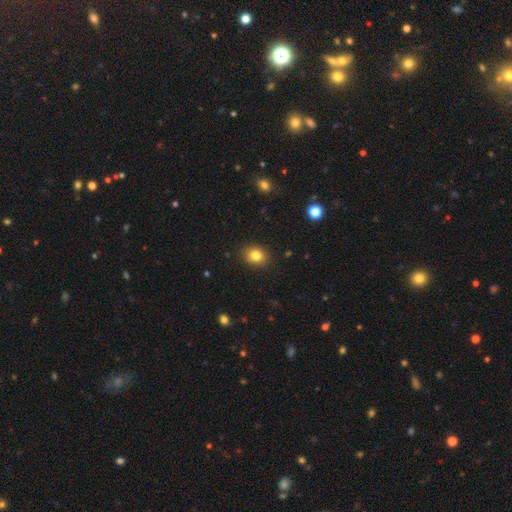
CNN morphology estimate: smooth_or_featured: smooth (p=0.82) [alt: star or artifact p=0.11]
how_rounded: round (p=0.52) [alt: in between p=0.47]
merging: none (p=0.87) [alt: minor disturbance p=0.09]